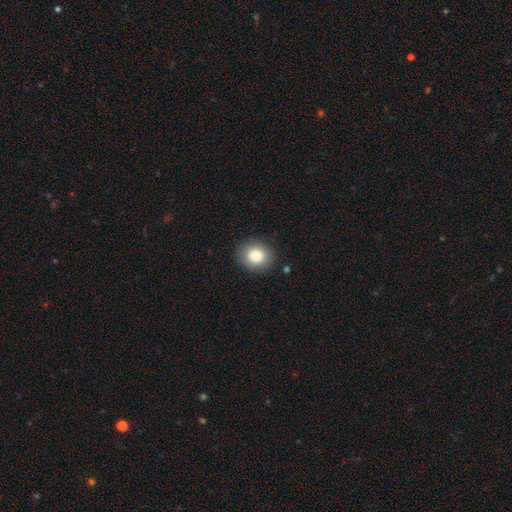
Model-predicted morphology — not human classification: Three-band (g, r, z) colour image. It shows a smooth galaxy with no disk features (85%) that is round (68%). Merging: none (87%).